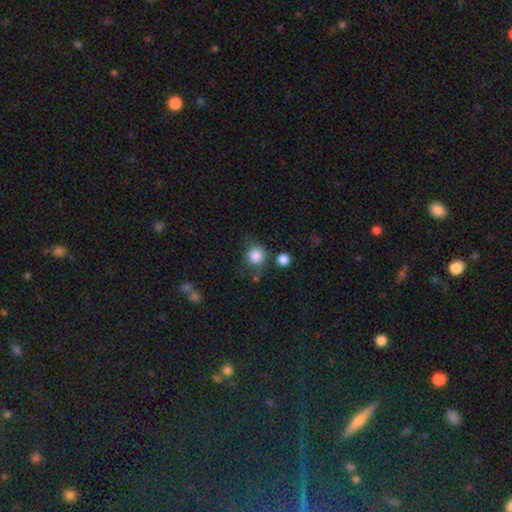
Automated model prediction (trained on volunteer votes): smooth_or_featured: smooth (p=0.84) [alt: star or artifact p=0.10]
how_rounded: round (p=0.90) [alt: in between p=0.09]
merging: none (p=0.66) [alt: minor disturbance p=0.18]